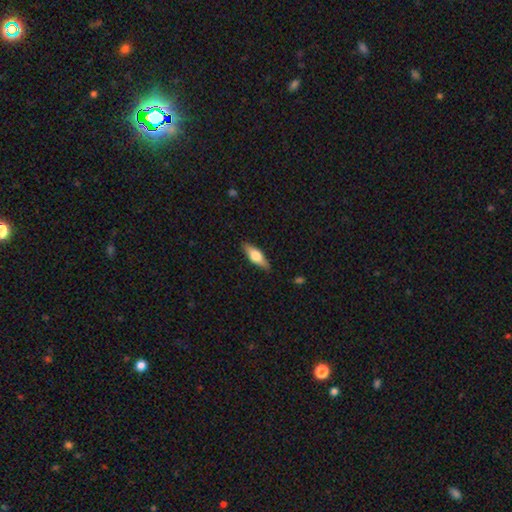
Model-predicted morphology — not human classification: Smooth or featured: smooth — 51% (featured or disk — 43%)
How rounded: in between — 58% (cigar-shaped — 39%)
Merging: none — 86% (minor disturbance — 10%)